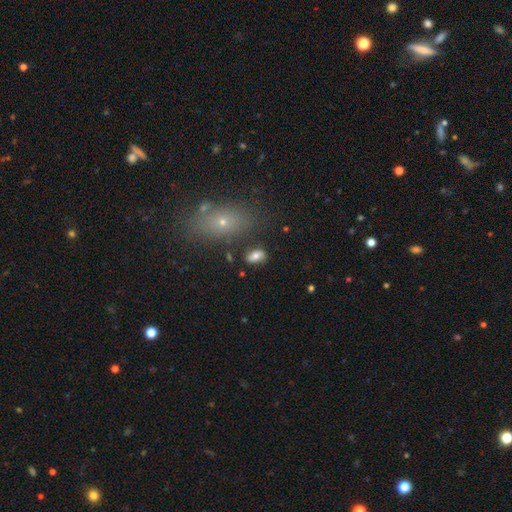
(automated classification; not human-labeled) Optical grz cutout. It shows a smooth galaxy with no disk features (70%) that is in between round and cigar-shaped (86%). Merging: none (73%).